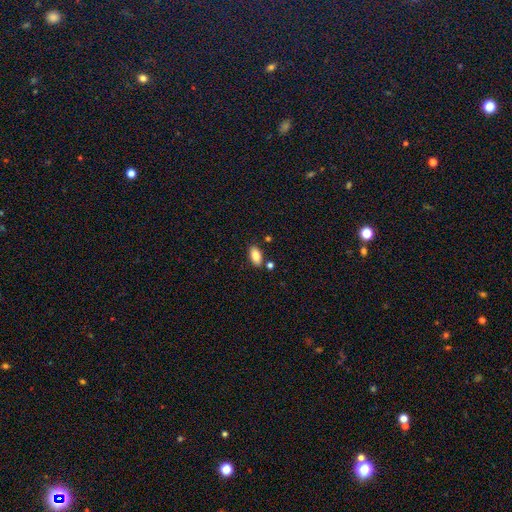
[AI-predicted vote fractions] A smooth galaxy with no disk features (86%) that is in between round and cigar-shaped (92%). Merging: none (81%).